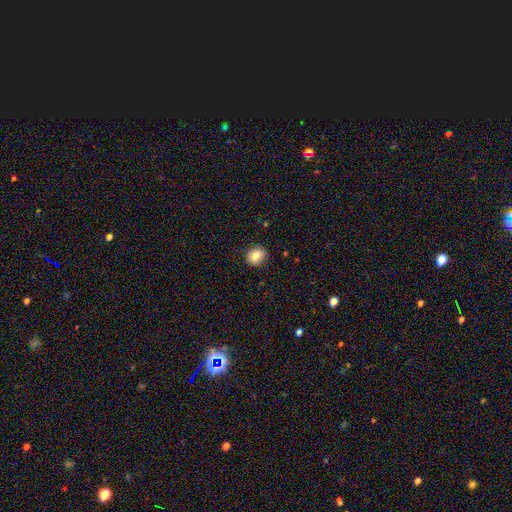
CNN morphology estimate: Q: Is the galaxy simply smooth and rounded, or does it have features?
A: smooth — 81%.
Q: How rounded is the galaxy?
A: round — 69%.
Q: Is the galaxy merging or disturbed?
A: none — 89%.